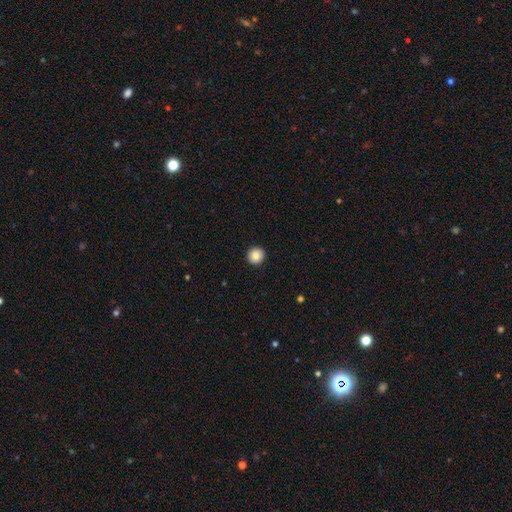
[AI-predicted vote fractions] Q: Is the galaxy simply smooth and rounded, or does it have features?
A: smooth — 85%.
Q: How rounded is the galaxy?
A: round — 95%.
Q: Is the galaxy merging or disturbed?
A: none — 93%.